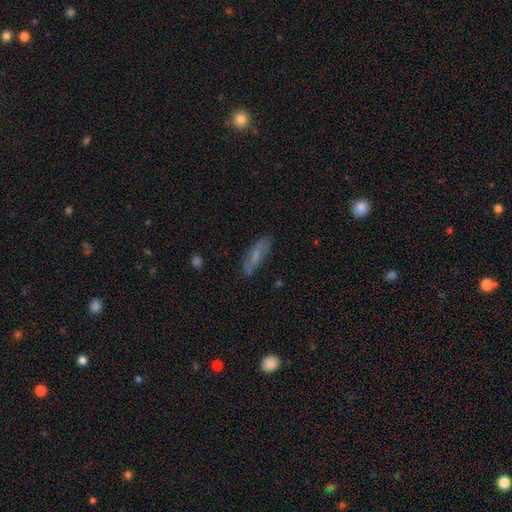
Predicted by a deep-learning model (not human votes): Smooth or featured? smooth (58%)
How rounded? in between (50%)
Merging? none (72%)